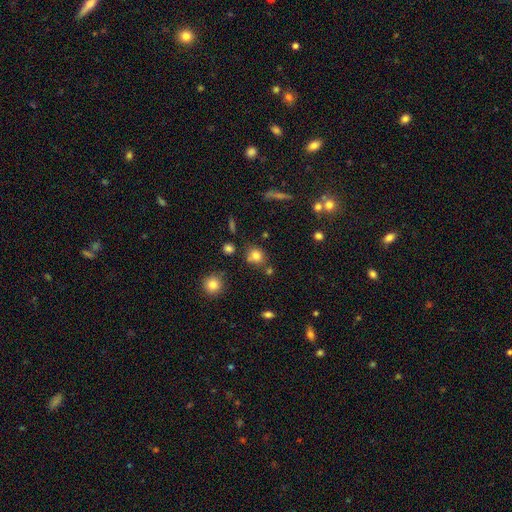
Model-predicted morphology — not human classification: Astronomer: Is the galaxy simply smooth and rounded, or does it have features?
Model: smooth — 78%.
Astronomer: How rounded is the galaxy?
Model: round — 76%.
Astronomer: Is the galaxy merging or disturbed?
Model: none — 70%.